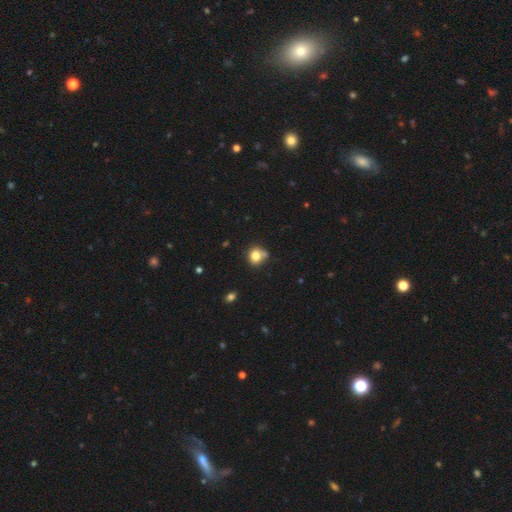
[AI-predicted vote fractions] smooth-or-featured: smooth: 79% | star or artifact: 12% | featured or disk: 9%
  how-rounded: round: 80% | in between: 19% | cigar-shaped: 1%
  merging: none: 60% | minor disturbance: 21% | merger: 13% | major disturbance: 6%